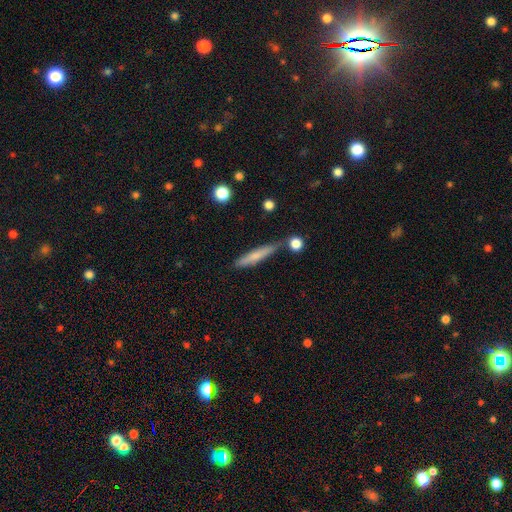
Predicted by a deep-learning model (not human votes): This appears to be a smooth galaxy with no disk features (67%) that is cigar-shaped (92%). Merging: none (75%).